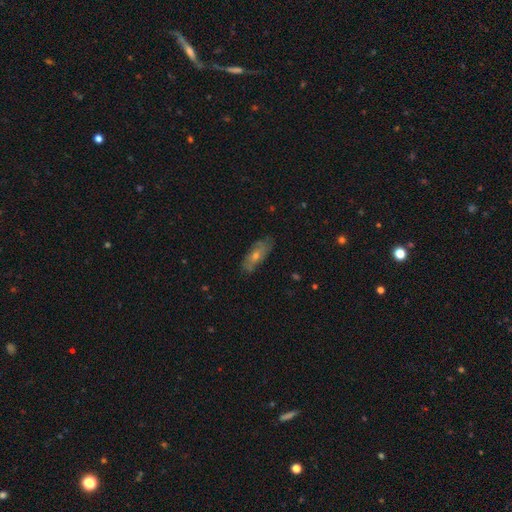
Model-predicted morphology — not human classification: Smooth or featured? Predicted: featured or disk (p=0.51). Edge-on disk? Predicted: no (p=0.70). Merging? Predicted: none (p=0.80).